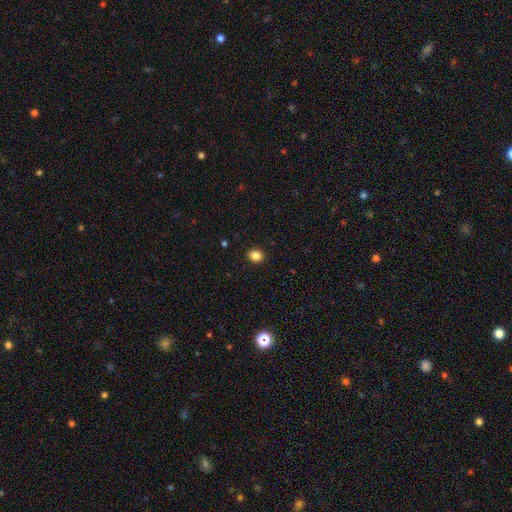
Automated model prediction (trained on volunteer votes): smooth_or_featured: smooth (p=0.85) [alt: star or artifact p=0.11]
how_rounded: round (p=0.54) [alt: in between p=0.45]
merging: none (p=0.90) [alt: minor disturbance p=0.07]